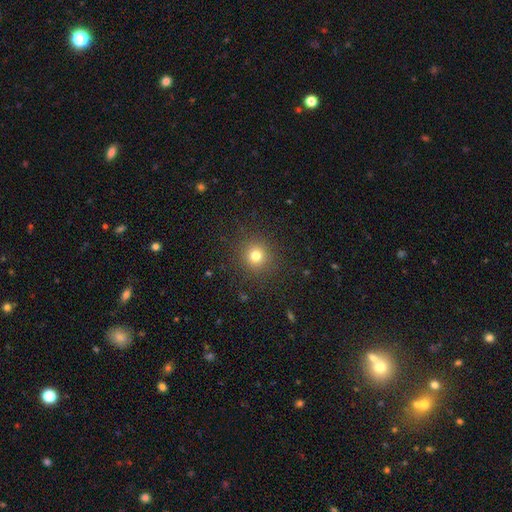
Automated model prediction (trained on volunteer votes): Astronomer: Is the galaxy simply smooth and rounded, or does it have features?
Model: smooth — 77%.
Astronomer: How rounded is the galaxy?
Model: round — 93%.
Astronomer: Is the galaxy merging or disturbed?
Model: none — 89%.